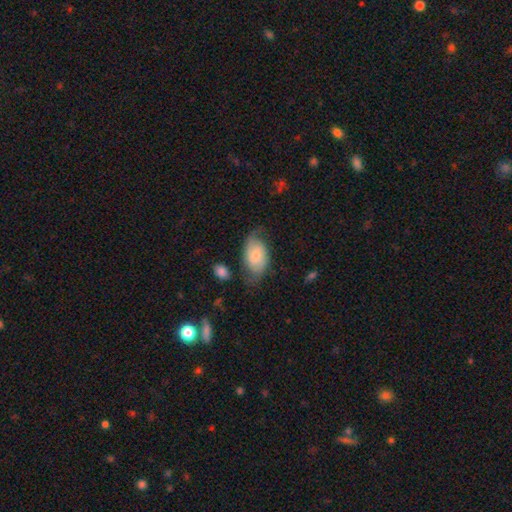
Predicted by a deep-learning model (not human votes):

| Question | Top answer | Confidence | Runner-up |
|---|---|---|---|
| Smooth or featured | smooth | 60% | featured or disk (33%) |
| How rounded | in between | 91% | round (7%) |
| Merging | none | 52% | minor disturbance (29%) |